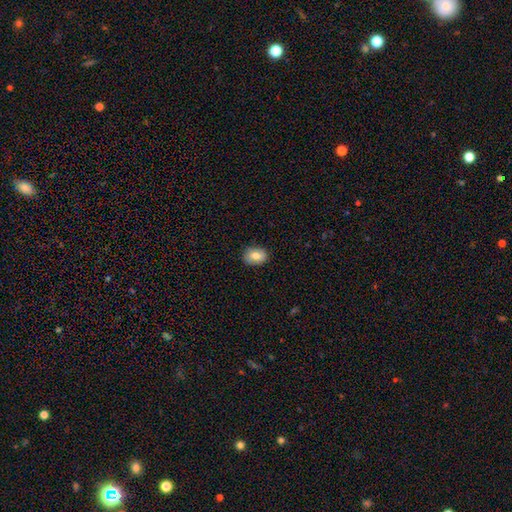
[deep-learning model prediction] The model was most divided on "how rounded": in between: 60%, round: 39%, cigar-shaped: 1%. More confident: merging — none (86%); smooth or featured — smooth (78%).